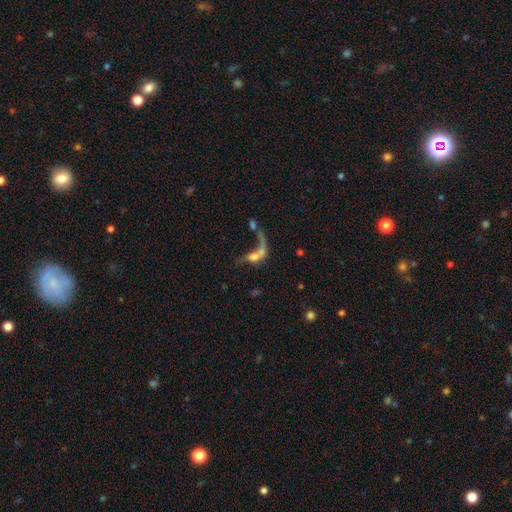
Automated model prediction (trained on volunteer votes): Morphology: type=featured or disk (46%); merging=merger (50%).